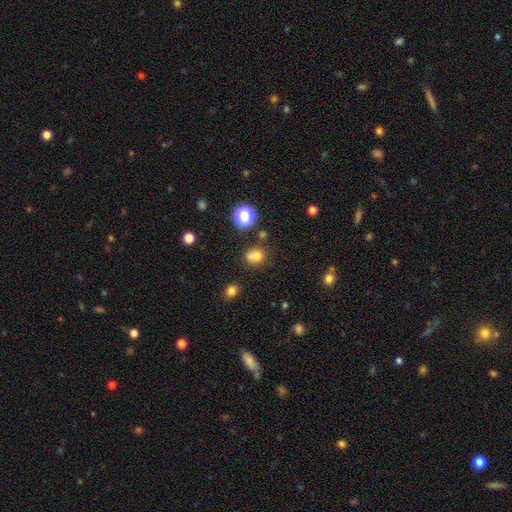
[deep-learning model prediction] Morphology: type=smooth (72%); roundness=round (66%); merging=none (57%).